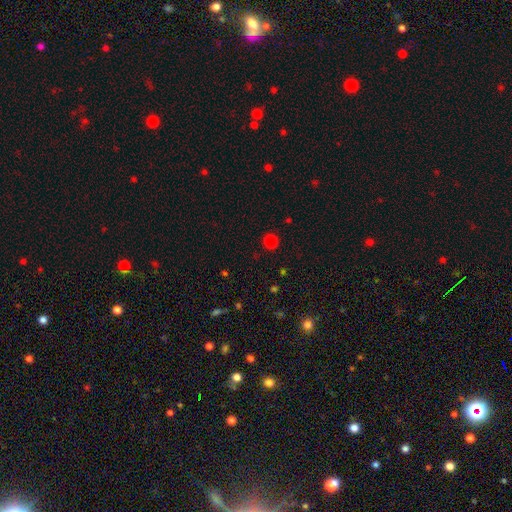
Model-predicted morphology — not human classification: smooth-or-featured: smooth: 80% | star or artifact: 17% | featured or disk: 3%
  how-rounded: round: 95% | in between: 4% | cigar-shaped: 1%
  merging: none: 92% | minor disturbance: 5% | major disturbance: 2% | merger: 1%